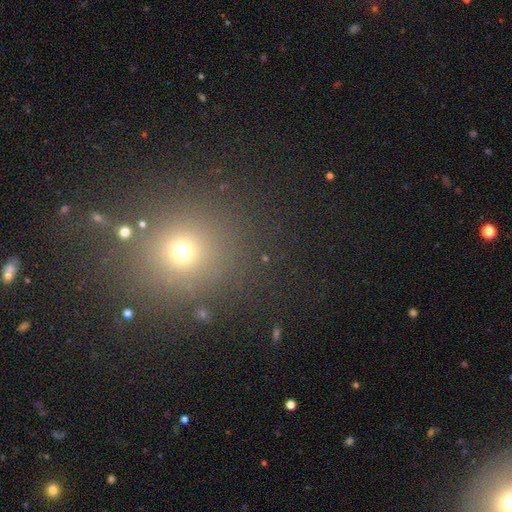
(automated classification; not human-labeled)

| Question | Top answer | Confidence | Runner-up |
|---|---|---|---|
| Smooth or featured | smooth | 53% | star or artifact (39%) |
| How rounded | round | 88% | in between (11%) |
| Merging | none | 87% | minor disturbance (7%) |